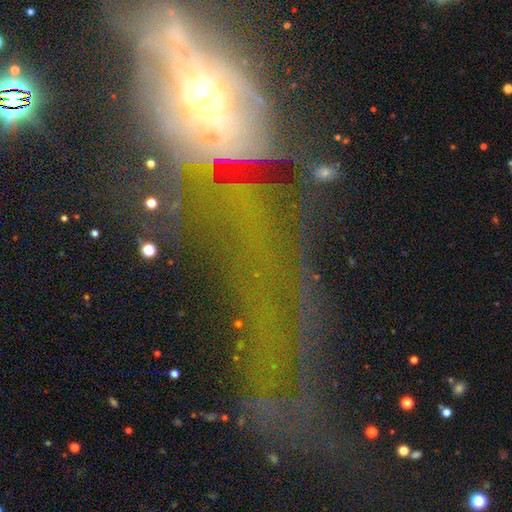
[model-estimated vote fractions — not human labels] smooth_or_featured: featured or disk (p=0.55) [alt: smooth p=0.24]
disk_edge_on: no (p=0.77) [alt: yes p=0.23]
merging: major disturbance (p=0.66) [alt: none p=0.14]